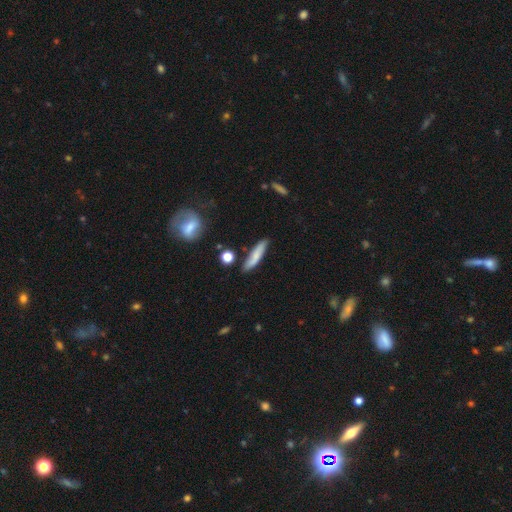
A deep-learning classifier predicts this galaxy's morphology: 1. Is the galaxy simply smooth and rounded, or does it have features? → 69% smooth, 24% featured or disk, 7% star or artifact.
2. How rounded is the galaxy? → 81% cigar-shaped, 17% in between, 2% round.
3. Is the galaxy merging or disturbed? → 78% none, 15% minor disturbance, 4% merger, 3% major disturbance.